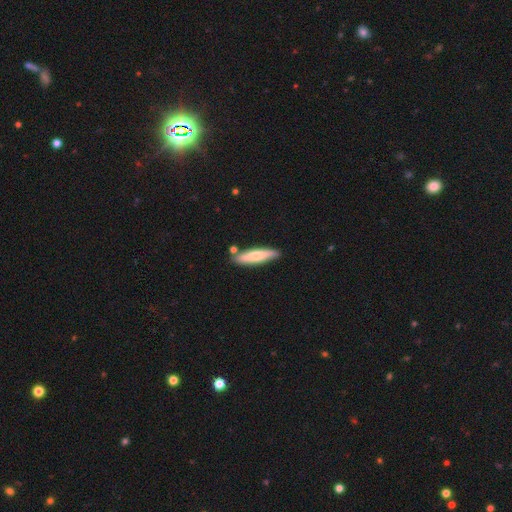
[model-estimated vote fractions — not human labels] Overall: smooth (64%; featured or disk 30%). How rounded: cigar-shaped (80%). Merging: none (78%).